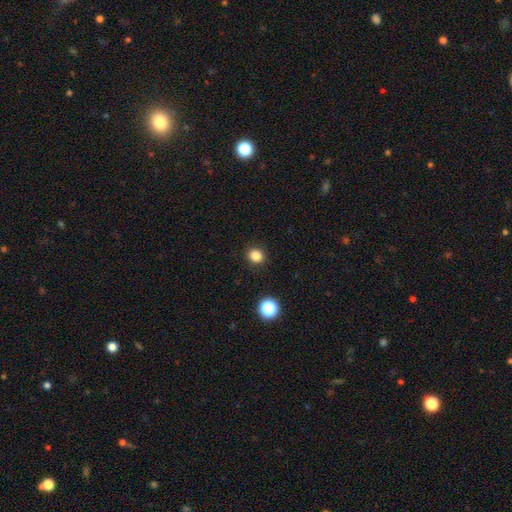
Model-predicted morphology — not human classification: smooth-or-featured: smooth: 84% | star or artifact: 13% | featured or disk: 4%
  how-rounded: round: 84% | in between: 15% | cigar-shaped: 1%
  merging: none: 91% | minor disturbance: 6% | major disturbance: 2% | merger: 1%